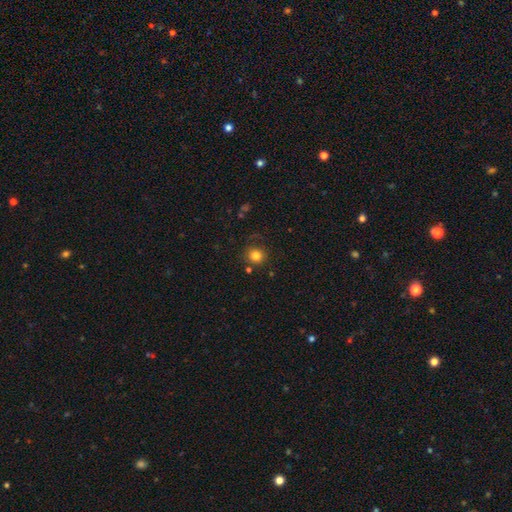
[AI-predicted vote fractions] Overall: smooth (81%). How rounded: round (91%). Merging: none (82%).